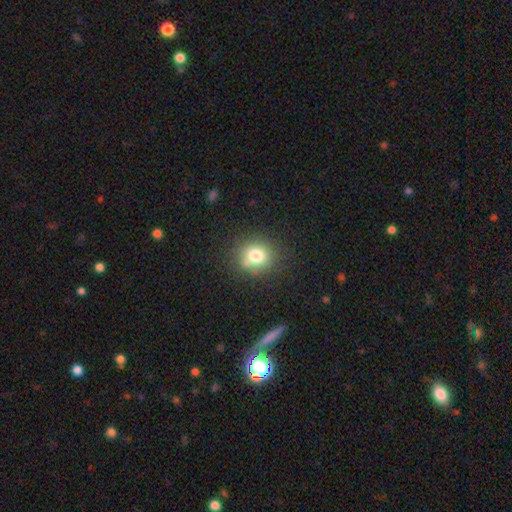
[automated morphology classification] smooth-or-featured: smooth: 76% | star or artifact: 13% | featured or disk: 11%
  how-rounded: round: 74% | in between: 25% | cigar-shaped: 1%
  merging: none: 74% | minor disturbance: 14% | merger: 7% | major disturbance: 5%